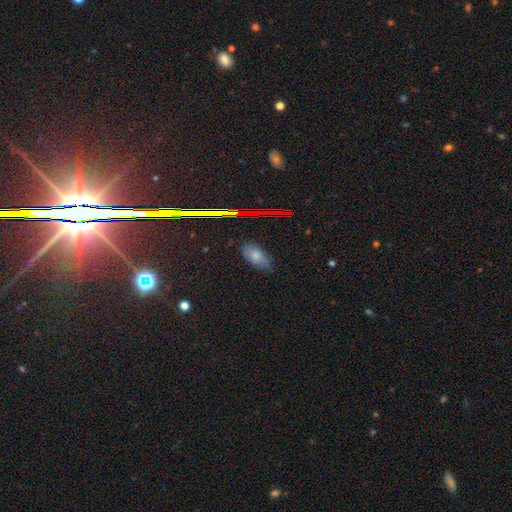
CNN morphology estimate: smooth_or_featured: smooth (p=0.71) [alt: star or artifact p=0.16]
how_rounded: in between (p=0.91) [alt: cigar-shaped p=0.05]
merging: none (p=0.77) [alt: minor disturbance p=0.18]